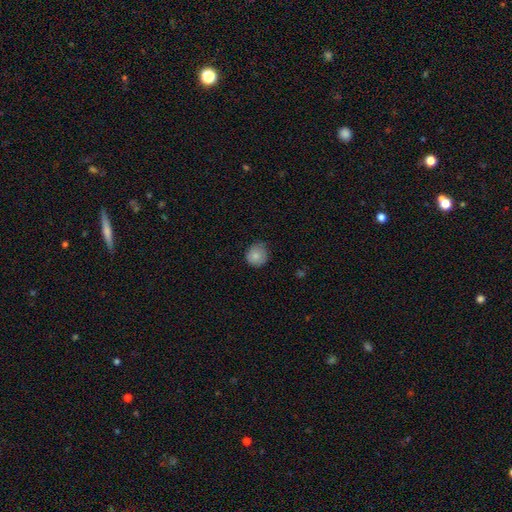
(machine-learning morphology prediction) Smooth or featured? Predicted: smooth (p=0.82). How rounded? Predicted: round (p=0.89). Merging? Predicted: none (p=0.71).